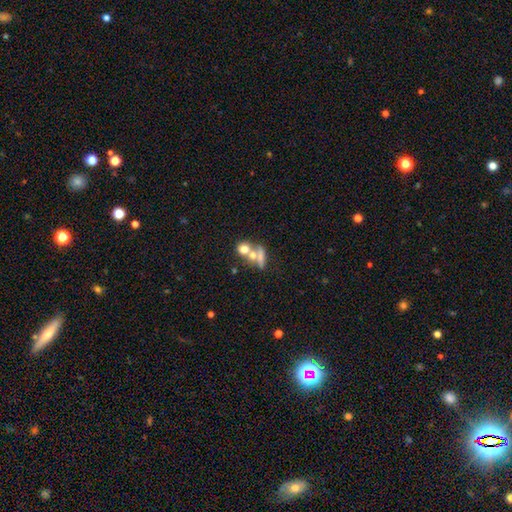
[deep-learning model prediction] This is likely a smooth galaxy (61%). How rounded: marginally in between (42%). Merging: possibly merger (53%).